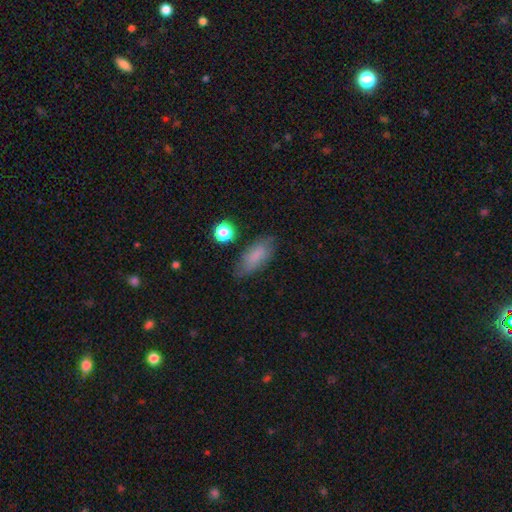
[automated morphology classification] Smooth or featured: smooth — 77% (featured or disk — 14%)
How rounded: in between — 79% (cigar-shaped — 17%)
Merging: none — 70% (minor disturbance — 22%)